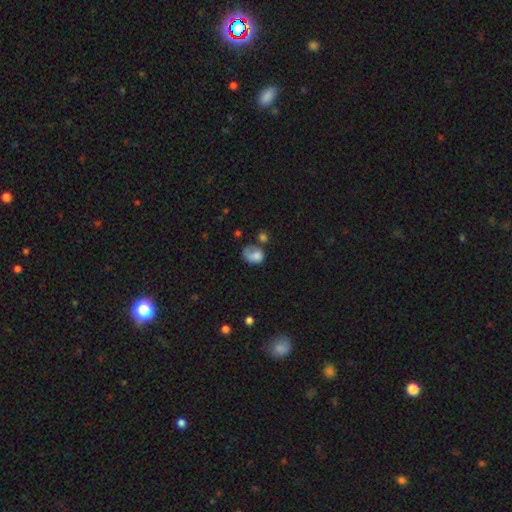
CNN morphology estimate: Smooth or featured: smooth — 67% (featured or disk — 24%)
How rounded: in between — 55% (round — 44%)
Merging: major disturbance — 34% (none — 28%)